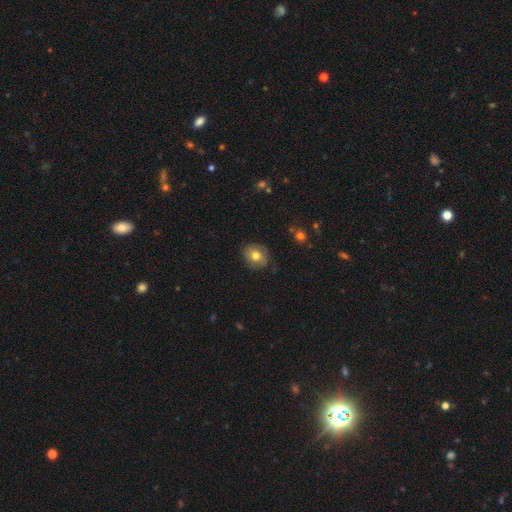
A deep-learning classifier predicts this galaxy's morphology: Smooth or featured: smooth — 65% (featured or disk — 26%)
How rounded: round — 71% (in between — 28%)
Merging: none — 78% (minor disturbance — 17%)